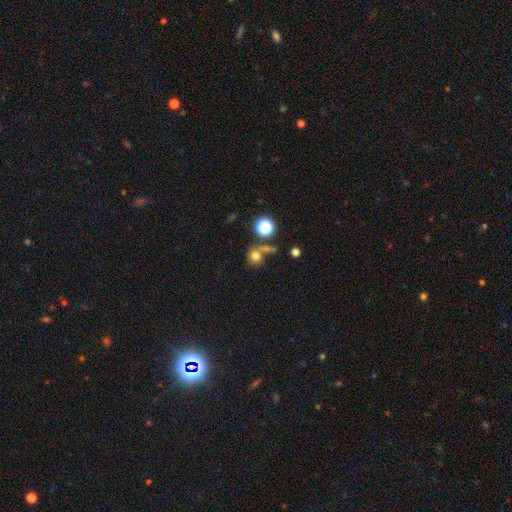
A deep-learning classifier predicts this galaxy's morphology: This appears to be a smooth galaxy with no disk features (70%) that is round (75%). Merging: none (47%).